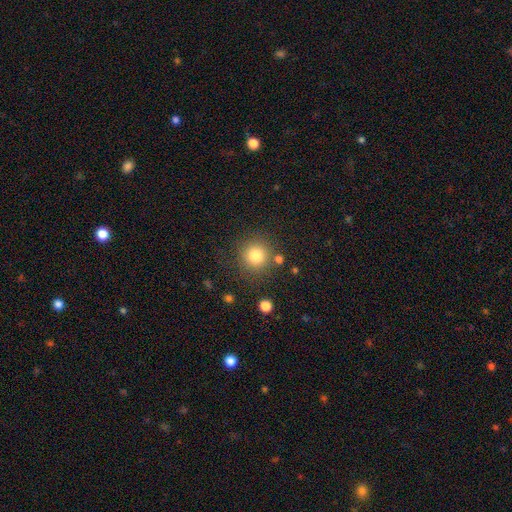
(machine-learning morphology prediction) type=smooth (81%); roundness=round (93%); merging=none (82%).